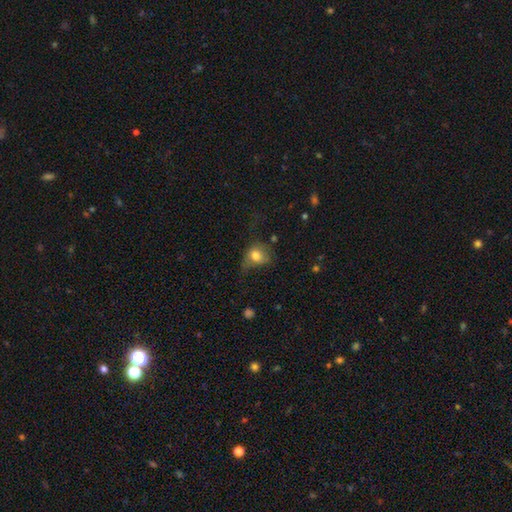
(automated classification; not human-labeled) Overall: smooth (74%). How rounded: round (57%; in between 42%). Merging: none (34%; minor disturbance 32%).